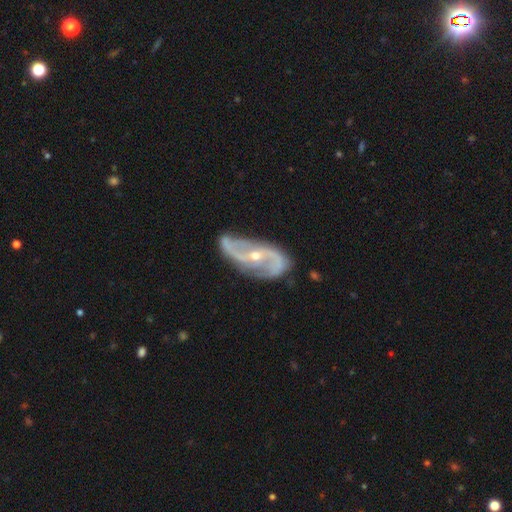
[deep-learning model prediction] Overall: featured or disk (91%). Edge-on disk: no (96%). Bar: no (44%; weak 33%). Spiral arms: yes (97%). Spiral arm count: 2 (92%). Spiral winding: loose (57%; medium 32%). Bulge size: small (64%; moderate 34%). Merging: none (67%).